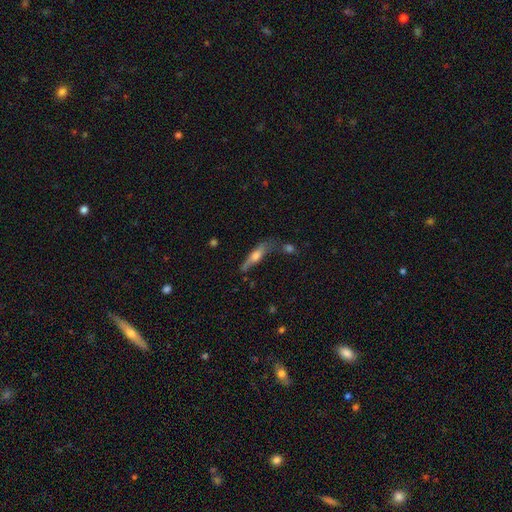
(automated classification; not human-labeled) Overall: smooth (48%; featured or disk 44%). Merging: none (47%; minor disturbance 24%).